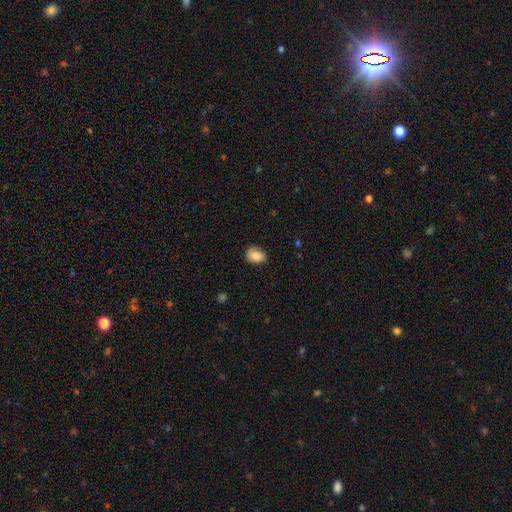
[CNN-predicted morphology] The model was most divided on "how rounded": in between: 65%, round: 34%, cigar-shaped: 1%. More confident: smooth or featured — smooth (86%); merging — none (81%).